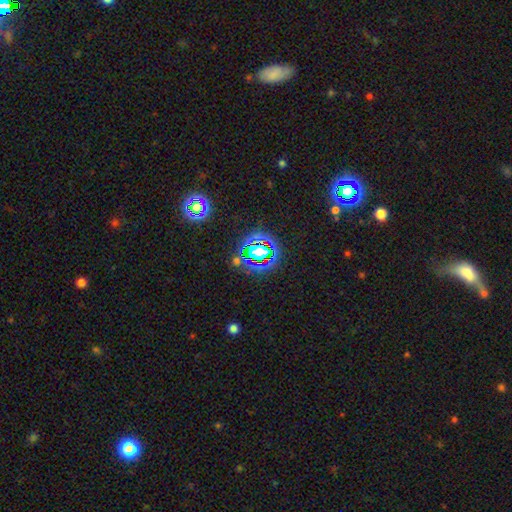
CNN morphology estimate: Smooth or featured?
  - star or artifact: 64% *
  - smooth: 23%
  - featured or disk: 13%